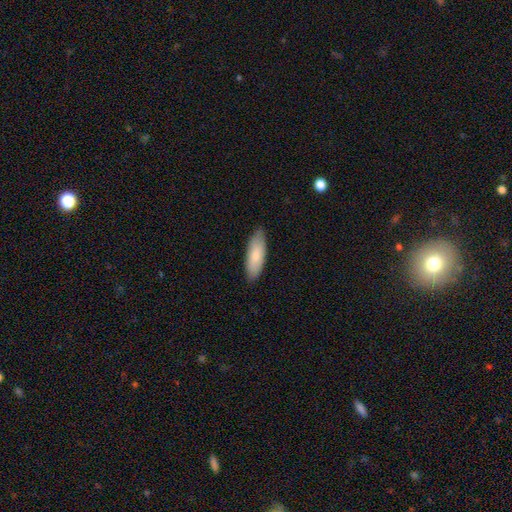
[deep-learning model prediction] smooth 78%, featured or disk 17%, star or artifact 5%. Down the decision tree: how rounded — in between (66%); merging — none (83%).